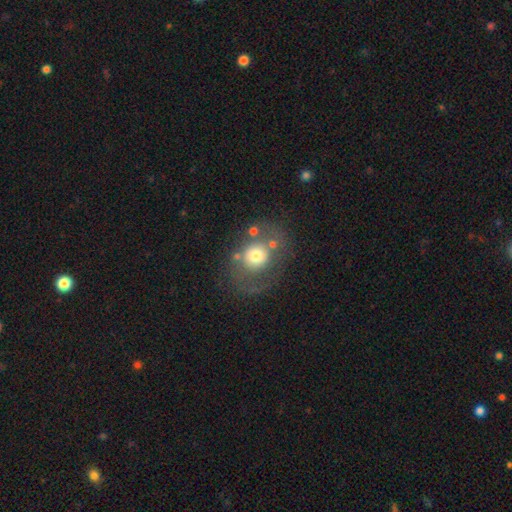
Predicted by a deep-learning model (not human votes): A smooth galaxy with no disk features (60%) that is round (67%).

Vote fractions:
- Smooth or featured? smooth: 60% / featured or disk: 29% / star or artifact: 11%
- How rounded? round: 67% / in between: 32% / cigar-shaped: 1%
- Merging? none: 61% / minor disturbance: 17% / major disturbance: 15% / merger: 8%